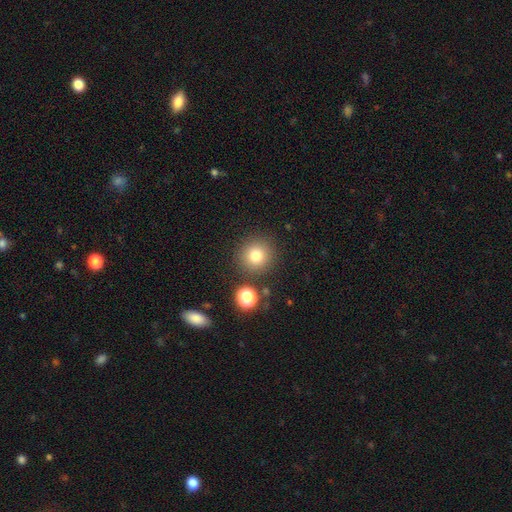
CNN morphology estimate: smooth 79%, star or artifact 13%, featured or disk 8%. Down the decision tree: how rounded — round (93%); merging — none (85%).